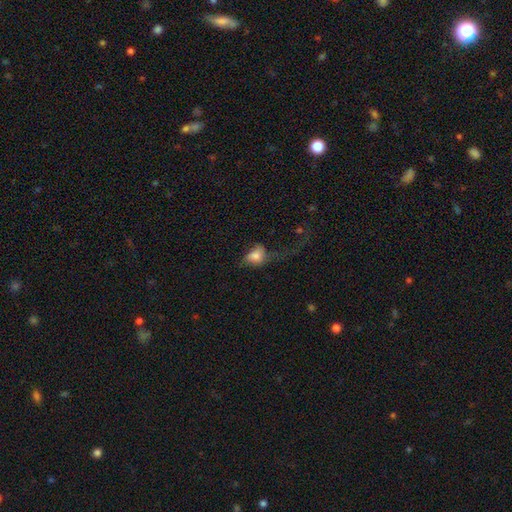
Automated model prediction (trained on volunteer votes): smooth-or-featured: smooth: 69% | featured or disk: 21% | star or artifact: 9%
  how-rounded: in between: 68% | round: 29% | cigar-shaped: 3%
  merging: major disturbance: 60% | none: 19% | minor disturbance: 16% | merger: 5%